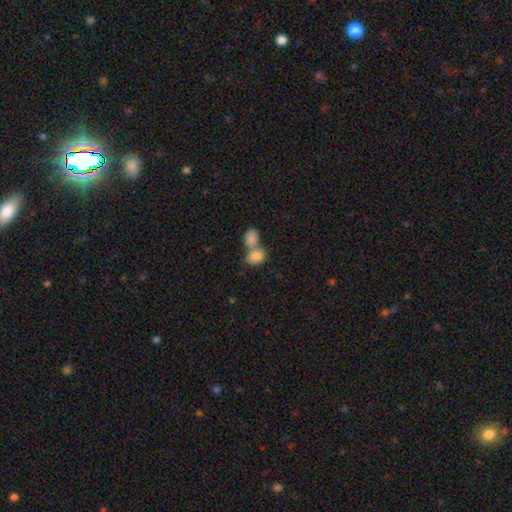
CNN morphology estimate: Overall: smooth (84%). How rounded: in between (73%). Merging: merger (66%).